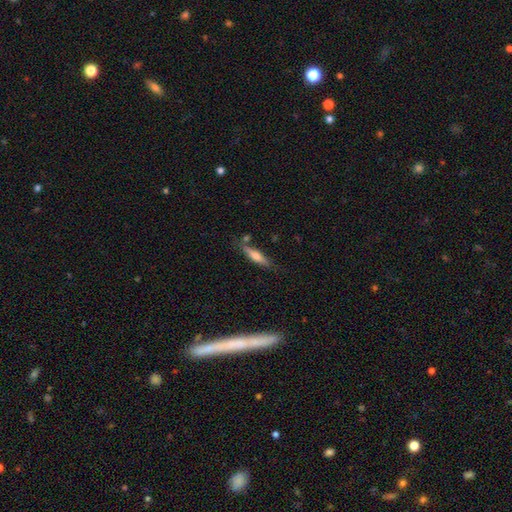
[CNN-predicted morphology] Overall: smooth (56%; featured or disk 37%). How rounded: cigar-shaped (76%). Merging: none (72%).